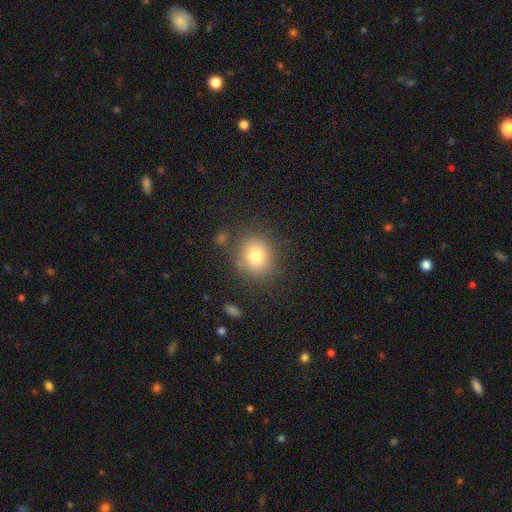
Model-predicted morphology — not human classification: A smooth galaxy with no disk features (77%) that is round (81%). Merging: none (80%).